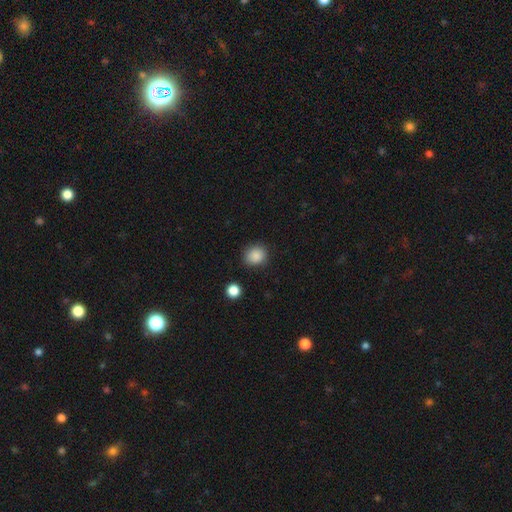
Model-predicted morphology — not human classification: Smooth or featured?
  - smooth: 87% *
  - star or artifact: 10%
  - featured or disk: 4%
How rounded?
  - round: 77% *
  - in between: 22%
  - cigar-shaped: 1%
Merging?
  - none: 83% *
  - minor disturbance: 12%
  - major disturbance: 3%
  - merger: 2%